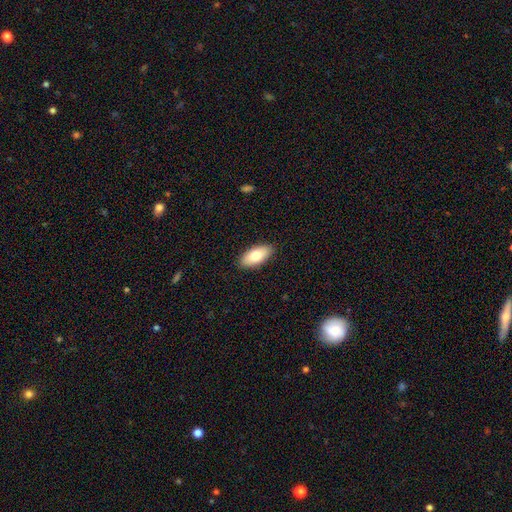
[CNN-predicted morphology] smooth 77%, featured or disk 17%, star or artifact 6%. Down the decision tree: how rounded — in between (90%); merging — none (89%).